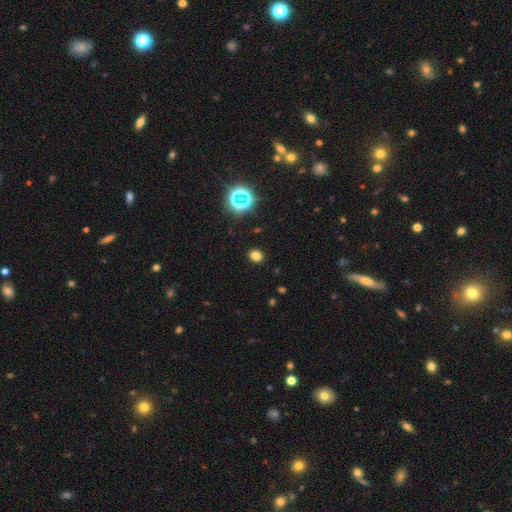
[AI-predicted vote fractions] Smooth or featured? Predicted: smooth (p=0.76). How rounded? Predicted: round (p=0.66). Merging? Predicted: none (p=0.90).